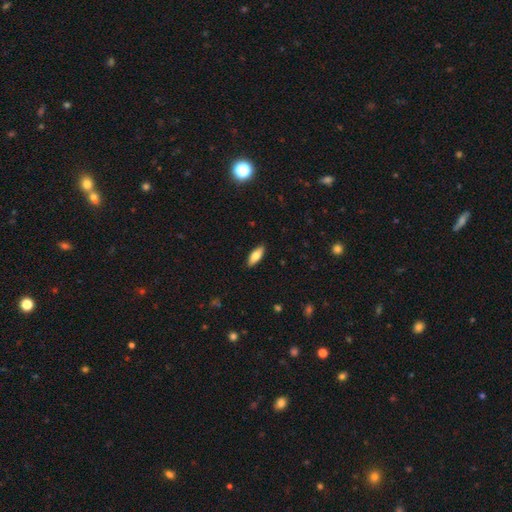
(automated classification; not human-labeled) Overall: smooth (74%). How rounded: in between (73%). Merging: none (89%).